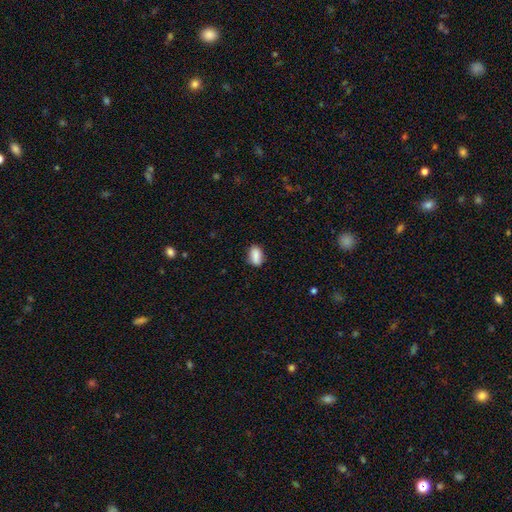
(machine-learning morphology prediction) A smooth galaxy with no disk features (85%) that is in between round and cigar-shaped (85%).

Vote fractions:
- Smooth or featured? smooth: 85% / star or artifact: 8% / featured or disk: 7%
- How rounded? in between: 85% / round: 12% / cigar-shaped: 4%
- Merging? none: 75% / minor disturbance: 19% / major disturbance: 4% / merger: 3%